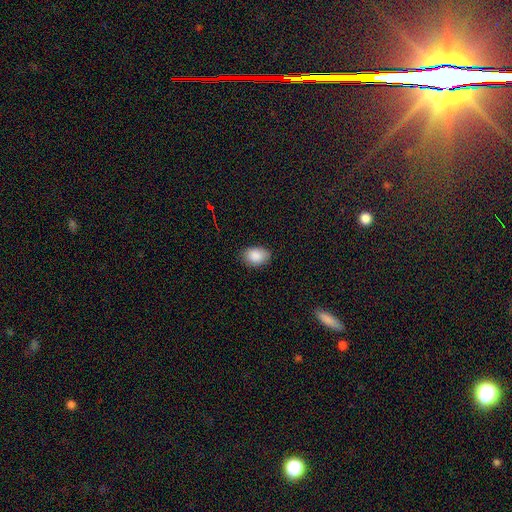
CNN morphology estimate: Smooth or featured: smooth — 89% (star or artifact — 7%)
How rounded: in between — 82% (round — 17%)
Merging: none — 82% (minor disturbance — 14%)